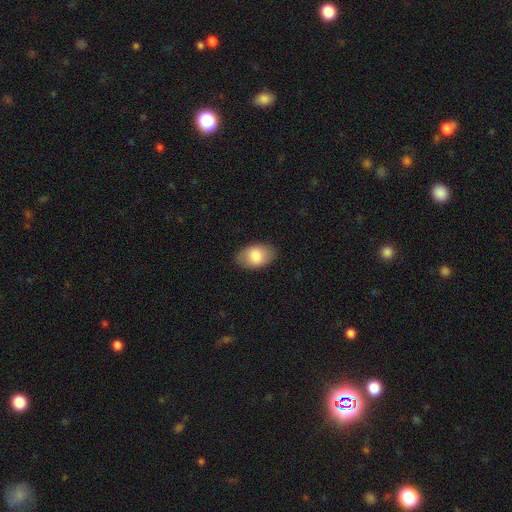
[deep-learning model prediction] Smooth or featured? smooth (80%)
How rounded? in between (91%)
Merging? none (86%)